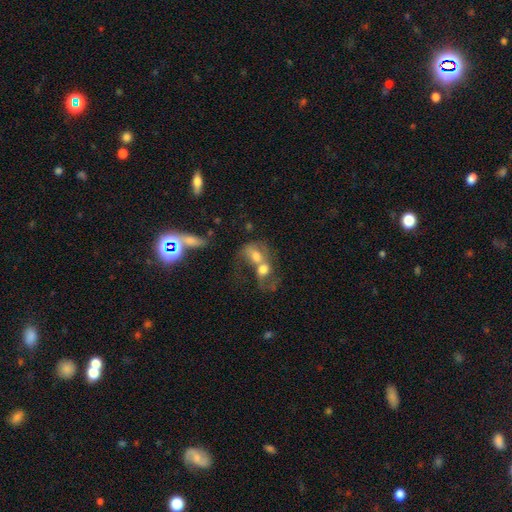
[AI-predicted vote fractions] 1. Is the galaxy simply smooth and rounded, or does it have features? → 54% smooth, 35% featured or disk, 12% star or artifact.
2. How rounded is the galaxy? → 63% in between, 35% round, 3% cigar-shaped.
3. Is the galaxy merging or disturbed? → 78% merger, 9% none, 8% major disturbance, 5% minor disturbance.